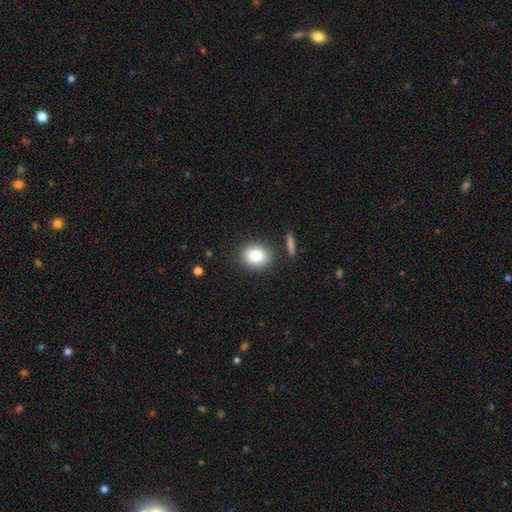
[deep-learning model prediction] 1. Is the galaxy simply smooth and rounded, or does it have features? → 84% smooth, 9% star or artifact, 7% featured or disk.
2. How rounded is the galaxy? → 62% round, 37% in between, 1% cigar-shaped.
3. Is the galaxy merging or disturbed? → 85% none, 9% minor disturbance, 3% merger, 3% major disturbance.